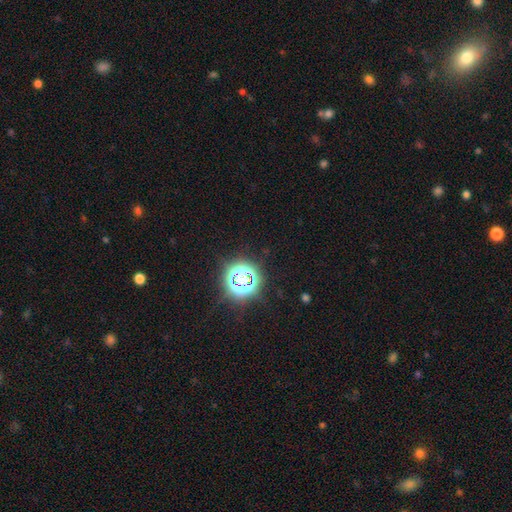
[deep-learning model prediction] Smooth or featured? star or artifact (76%)